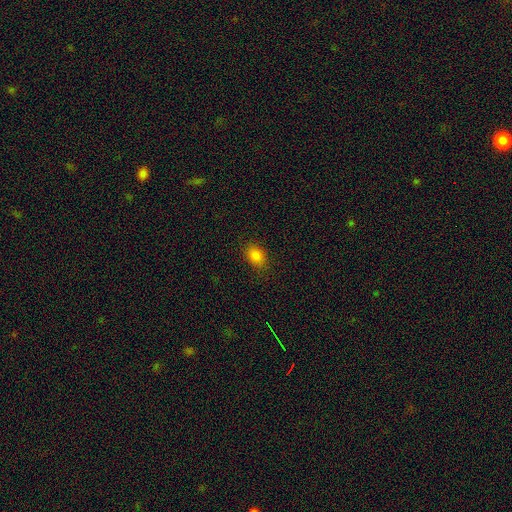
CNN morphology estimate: This appears to be a smooth galaxy with no disk features (83%) that is in between round and cigar-shaped (74%). Merging: none (85%).